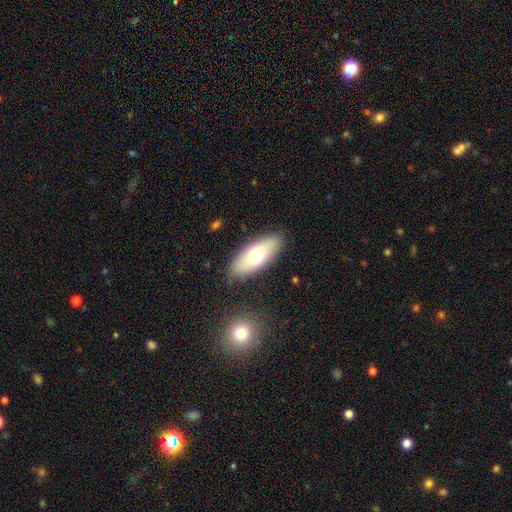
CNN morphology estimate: smooth 67%, featured or disk 26%, star or artifact 7%. Down the decision tree: how rounded — in between (79%); merging — none (85%).